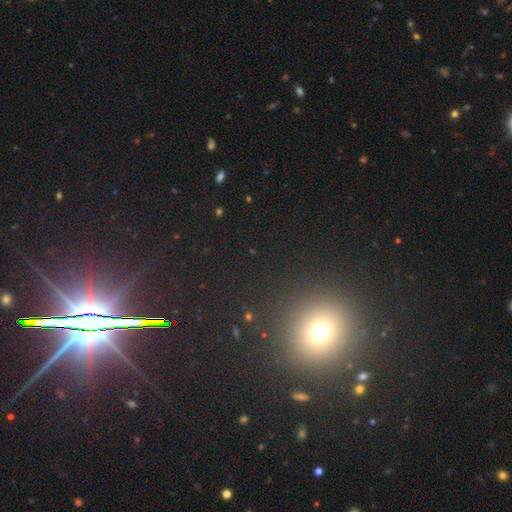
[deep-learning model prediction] This is possibly a star or artifact rather than a galaxy (47%).